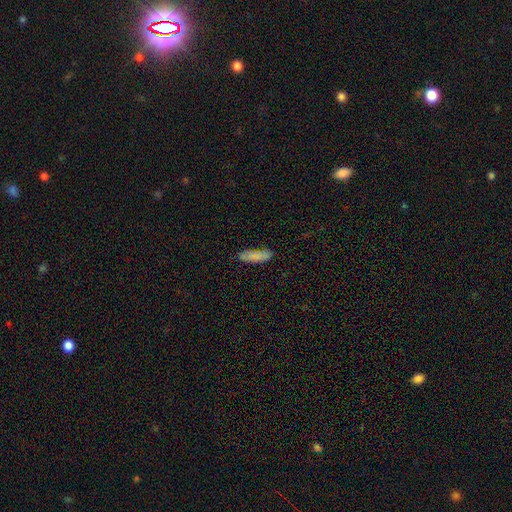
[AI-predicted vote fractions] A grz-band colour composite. It shows a smooth galaxy with no disk features (83%) that is cigar-shaped (66%). Merging: none (80%).